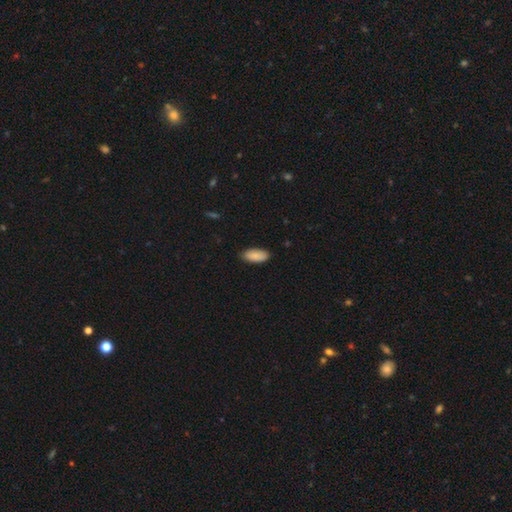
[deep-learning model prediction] Morphology: type=smooth (89%); roundness=in between (88%); merging=none (86%).